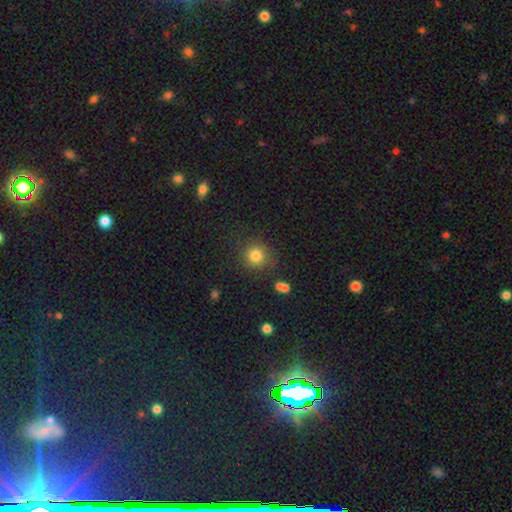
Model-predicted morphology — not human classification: Smooth or featured?
  - smooth: 81% *
  - star or artifact: 13%
  - featured or disk: 6%
How rounded?
  - round: 92% *
  - in between: 8%
  - cigar-shaped: 1%
Merging?
  - none: 83% *
  - minor disturbance: 10%
  - major disturbance: 4%
  - merger: 3%